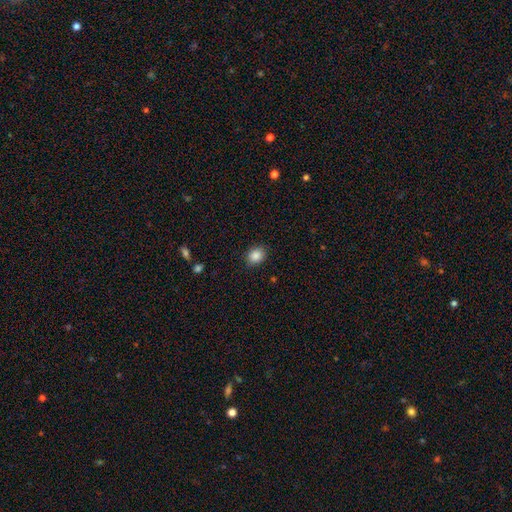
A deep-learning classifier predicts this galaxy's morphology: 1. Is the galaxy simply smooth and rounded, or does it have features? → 87% smooth, 9% star or artifact, 4% featured or disk.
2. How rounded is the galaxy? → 54% round, 45% in between, 1% cigar-shaped.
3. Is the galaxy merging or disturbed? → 88% none, 9% minor disturbance, 2% major disturbance, 1% merger.